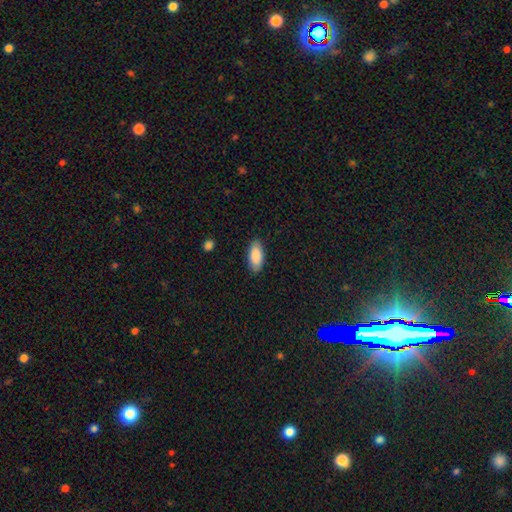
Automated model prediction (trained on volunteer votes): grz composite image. It shows a smooth galaxy with no disk features (89%) that is in between round and cigar-shaped (89%). Merging: none (87%).